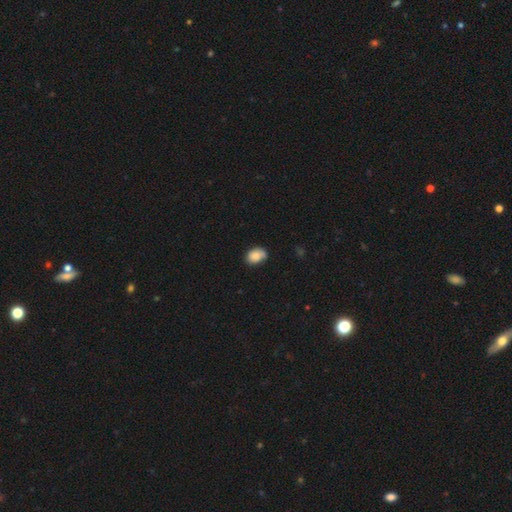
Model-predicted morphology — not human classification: smooth 82%, featured or disk 10%, star or artifact 8%. Down the decision tree: how rounded — in between (73%); merging — none (67%).